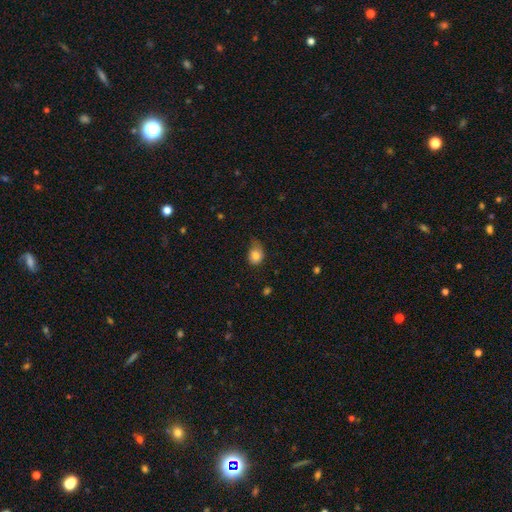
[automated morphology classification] A smooth galaxy with no disk features (81%) that is in between round and cigar-shaped (53%).

Vote fractions:
- Smooth or featured? smooth: 81% / featured or disk: 10% / star or artifact: 9%
- How rounded? in between: 53% / round: 46% / cigar-shaped: 1%
- Merging? minor disturbance: 42% / none: 38% / major disturbance: 18% / merger: 2%